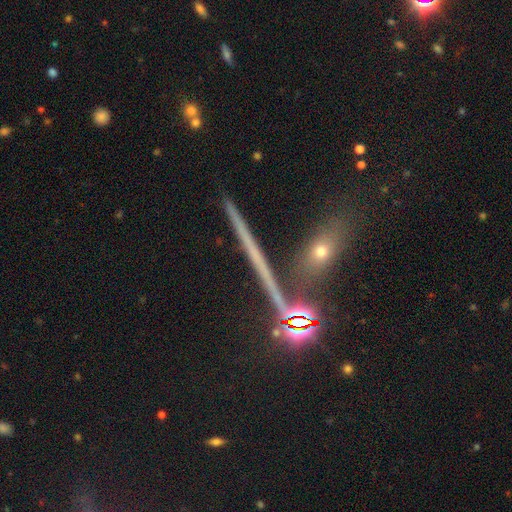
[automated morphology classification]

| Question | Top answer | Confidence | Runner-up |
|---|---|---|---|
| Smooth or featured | featured or disk | 48% | star or artifact (29%) |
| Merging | none | 78% | merger (9%) |